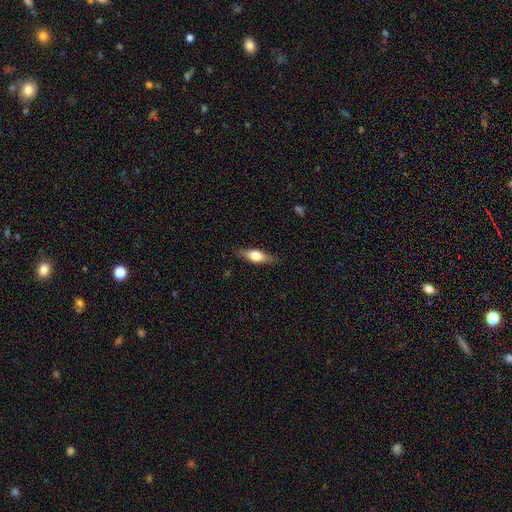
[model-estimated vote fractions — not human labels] A smooth galaxy with no disk features (58%) that is in between round and cigar-shaped (59%).

Vote fractions:
- Smooth or featured? smooth: 58% / featured or disk: 36% / star or artifact: 6%
- How rounded? in between: 59% / cigar-shaped: 36% / round: 4%
- Merging? none: 82% / minor disturbance: 14% / major disturbance: 3% / merger: 1%